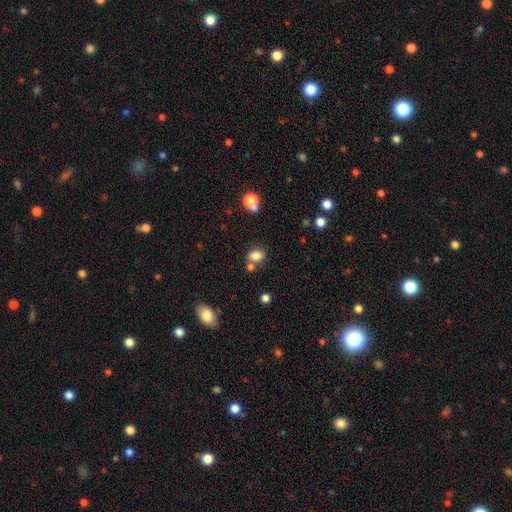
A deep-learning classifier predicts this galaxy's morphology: Overall: smooth (82%). How rounded: in between (65%; round 33%). Merging: none (62%).